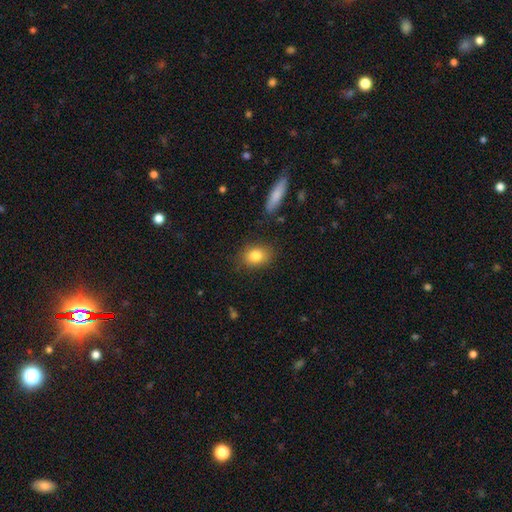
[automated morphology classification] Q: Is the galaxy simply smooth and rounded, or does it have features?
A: smooth — 83%.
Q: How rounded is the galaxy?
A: in between — 66%.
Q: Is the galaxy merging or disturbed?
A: none — 83%.